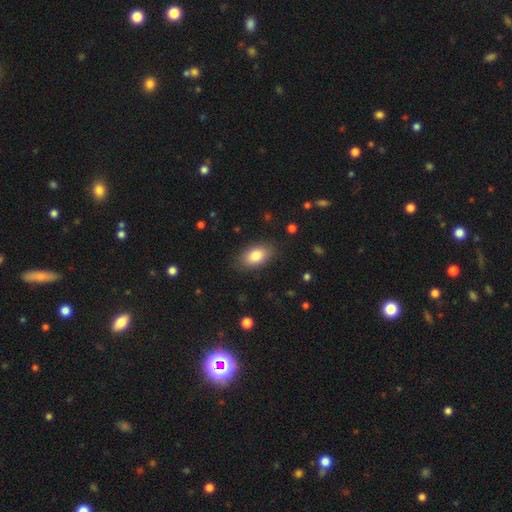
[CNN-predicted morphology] smooth_or_featured: smooth (p=0.83) [alt: featured or disk p=0.10]
how_rounded: in between (p=0.91) [alt: round p=0.07]
merging: none (p=0.84) [alt: minor disturbance p=0.12]